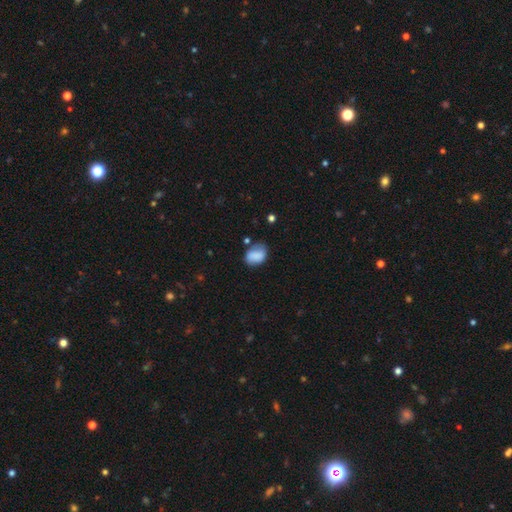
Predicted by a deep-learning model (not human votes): This is clearly a smooth galaxy (81%). How rounded: likely in between (73%). Merging: possibly none (57%).